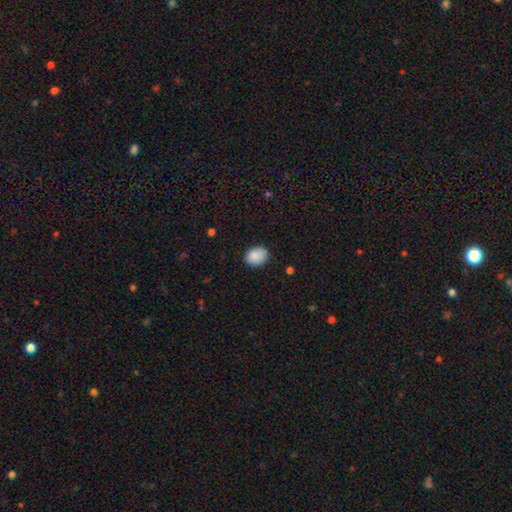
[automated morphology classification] Smooth or featured? Predicted: smooth (p=0.89). How rounded? Predicted: in between (p=0.58). Merging? Predicted: none (p=0.82).